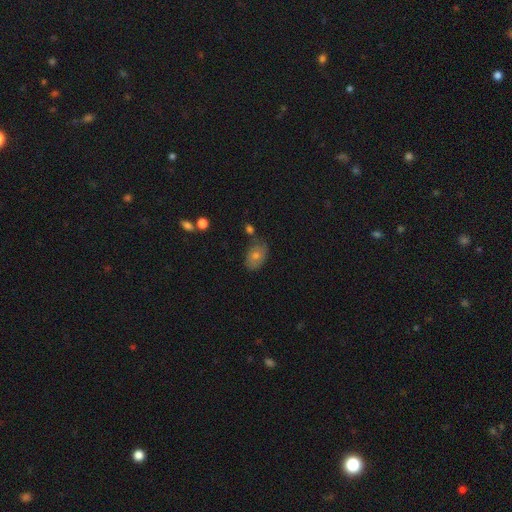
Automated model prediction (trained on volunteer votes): smooth 58%, featured or disk 27%, star or artifact 15%. Down the decision tree: how rounded — in between (79%); merging — none (70%).